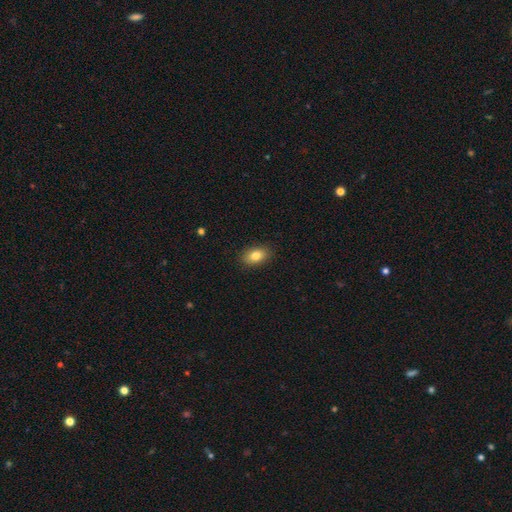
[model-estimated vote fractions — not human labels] Overall: smooth (83%). How rounded: in between (86%). Merging: none (89%).